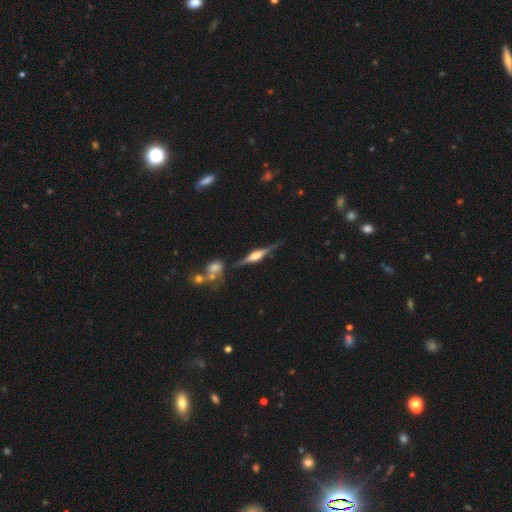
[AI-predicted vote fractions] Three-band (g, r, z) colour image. It shows a featured or disk galaxy (77%) viewed edge-on (97%) with a rounded central bulge (76%). Merging: none (77%).